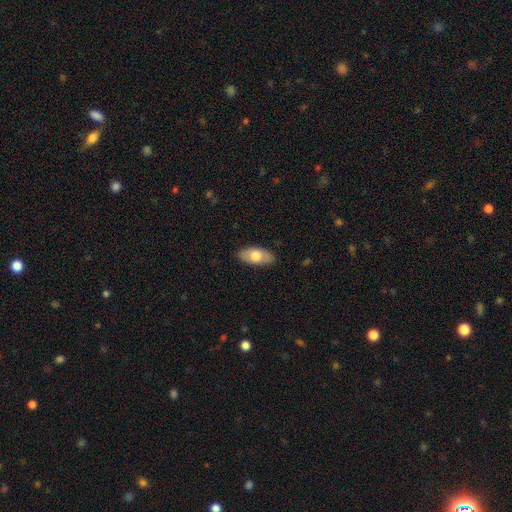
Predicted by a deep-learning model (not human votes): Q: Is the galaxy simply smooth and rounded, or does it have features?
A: smooth — 67%.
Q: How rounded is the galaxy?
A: in between — 91%.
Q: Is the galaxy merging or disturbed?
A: none — 85%.